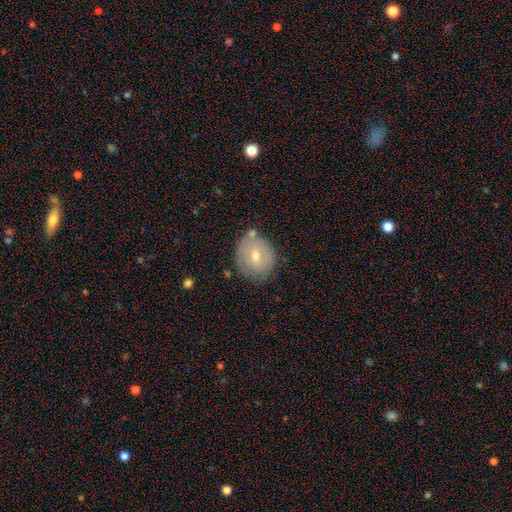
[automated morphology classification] Overall: smooth (54%; featured or disk 37%). How rounded: round (73%). Merging: none (71%).